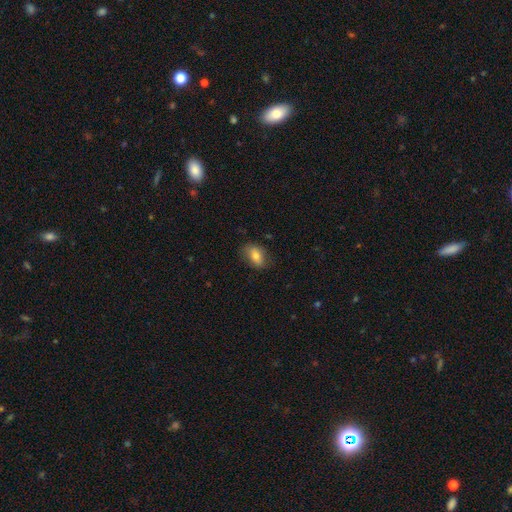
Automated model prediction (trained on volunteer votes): smooth 76%, featured or disk 15%, star or artifact 8%. Down the decision tree: how rounded — in between (85%); merging — none (77%).